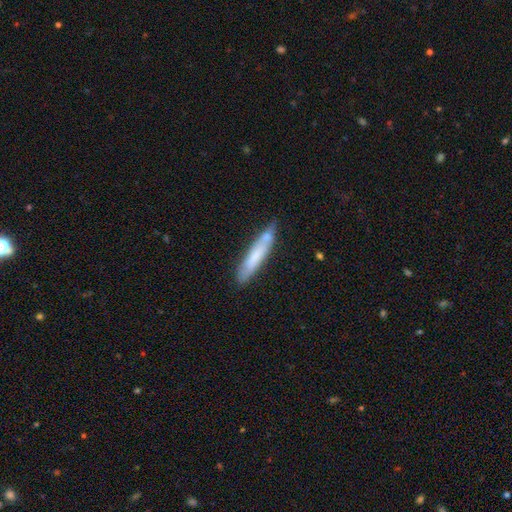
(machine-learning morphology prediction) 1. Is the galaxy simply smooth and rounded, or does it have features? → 64% smooth, 30% featured or disk, 6% star or artifact.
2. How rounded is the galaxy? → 89% cigar-shaped, 10% in between, 1% round.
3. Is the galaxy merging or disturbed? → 68% none, 21% minor disturbance, 7% merger, 4% major disturbance.